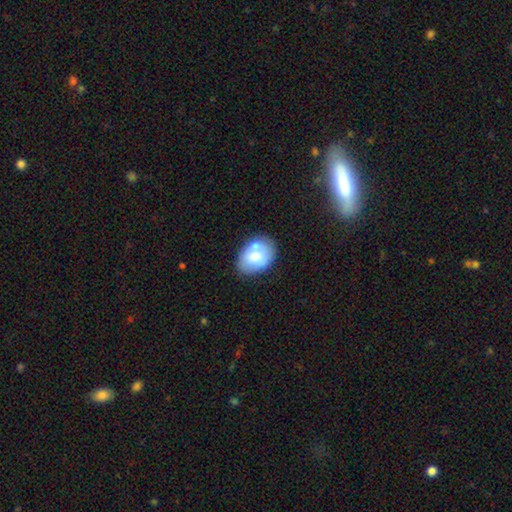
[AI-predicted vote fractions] Smooth or featured: smooth — 71% (featured or disk — 22%)
How rounded: in between — 76% (round — 23%)
Merging: none — 62% (minor disturbance — 21%)